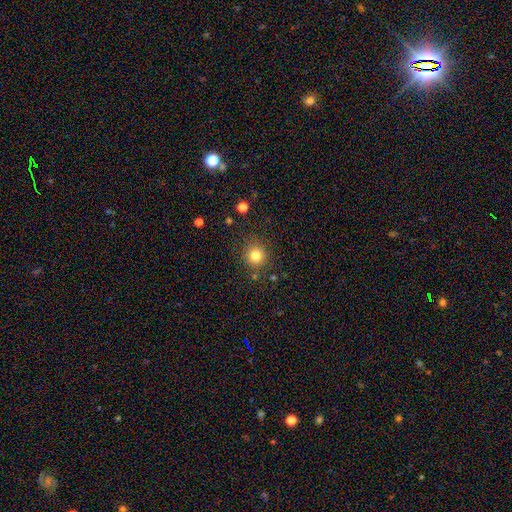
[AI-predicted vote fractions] smooth_or_featured: smooth (p=0.81) [alt: star or artifact p=0.13]
how_rounded: round (p=0.93) [alt: in between p=0.06]
merging: none (p=0.86) [alt: minor disturbance p=0.08]